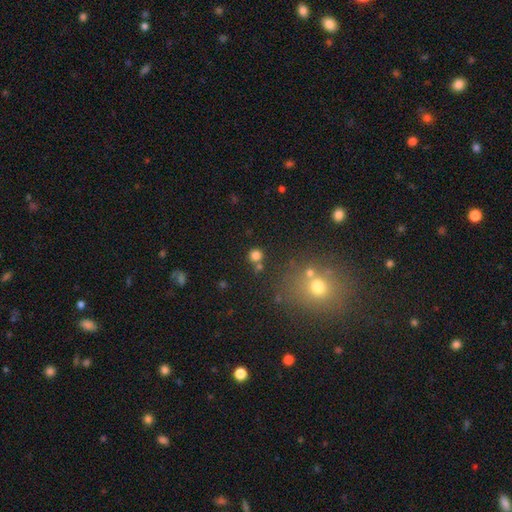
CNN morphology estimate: smooth-or-featured: smooth: 76% | star or artifact: 17% | featured or disk: 7%
  how-rounded: round: 92% | in between: 7% | cigar-shaped: 1%
  merging: none: 74% | merger: 15% | minor disturbance: 8% | major disturbance: 3%